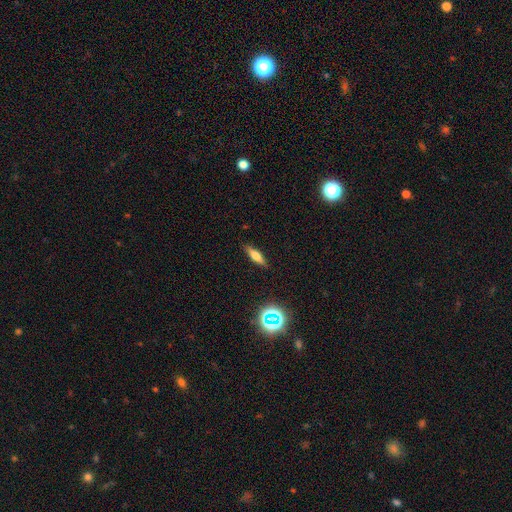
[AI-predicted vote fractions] smooth_or_featured: smooth (p=0.49) [alt: featured or disk p=0.40]
merging: none (p=0.87) [alt: minor disturbance p=0.10]